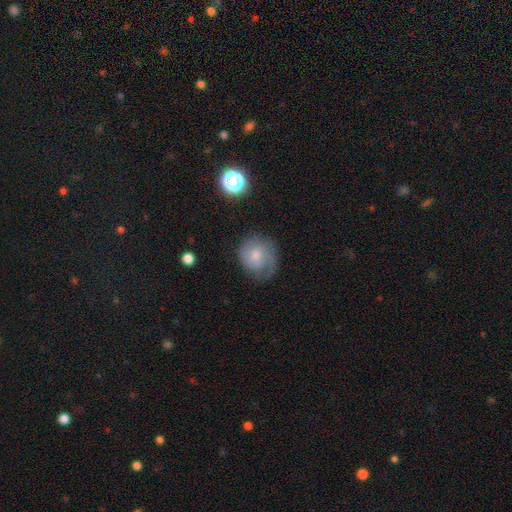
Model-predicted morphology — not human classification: Smooth or featured: smooth — 51% (featured or disk — 41%)
How rounded: round — 77% (in between — 22%)
Merging: none — 56% (minor disturbance — 26%)